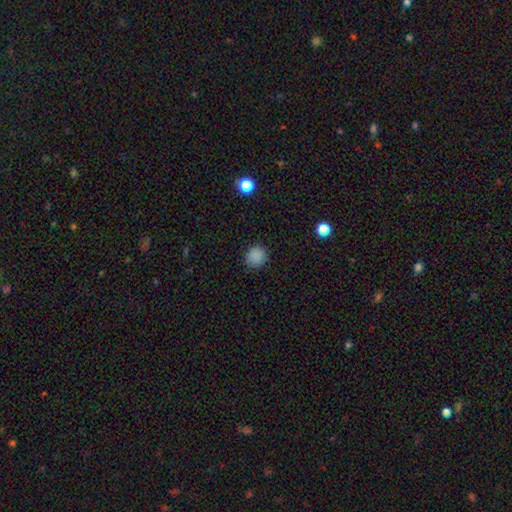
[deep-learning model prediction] A smooth galaxy with no disk features (86%) that is round (81%).

Vote fractions:
- Smooth or featured? smooth: 86% / star or artifact: 11% / featured or disk: 3%
- How rounded? round: 81% / in between: 18% / cigar-shaped: 1%
- Merging? none: 86% / minor disturbance: 10% / major disturbance: 3% / merger: 1%